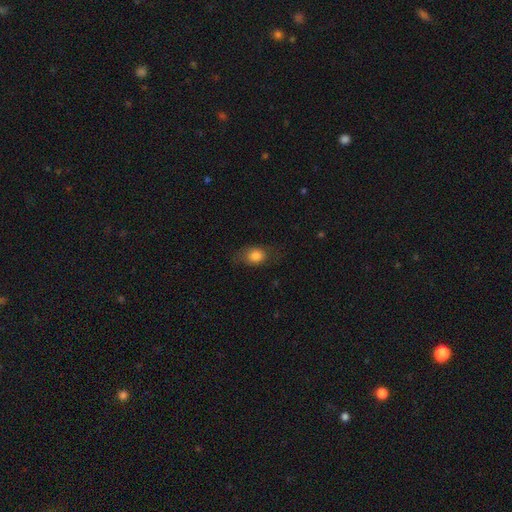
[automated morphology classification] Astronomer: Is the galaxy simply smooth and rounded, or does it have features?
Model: smooth — 81%.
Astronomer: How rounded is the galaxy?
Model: in between — 67%.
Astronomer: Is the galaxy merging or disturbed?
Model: none — 69%.